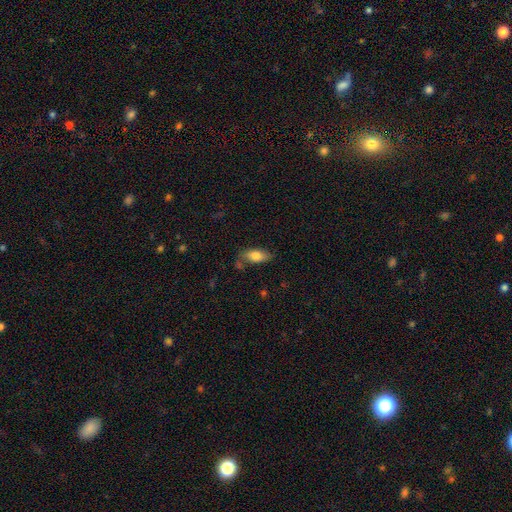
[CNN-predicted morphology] This appears to be a smooth galaxy with no disk features (79%) that is in between round and cigar-shaped (85%). Merging: none (68%).